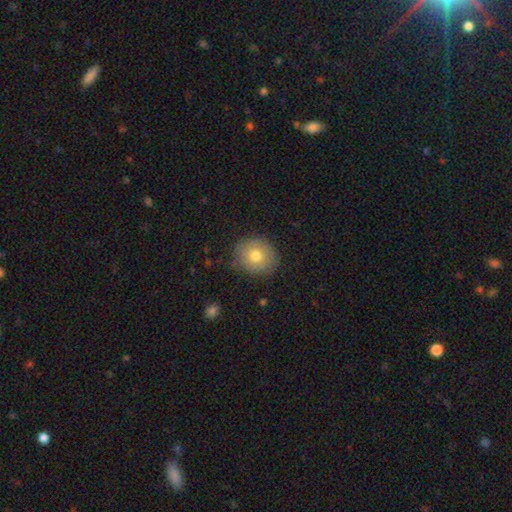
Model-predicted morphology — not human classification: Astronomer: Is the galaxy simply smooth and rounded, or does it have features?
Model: smooth — 74%.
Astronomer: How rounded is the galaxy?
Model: round — 77%.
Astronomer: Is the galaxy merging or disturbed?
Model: none — 79%.